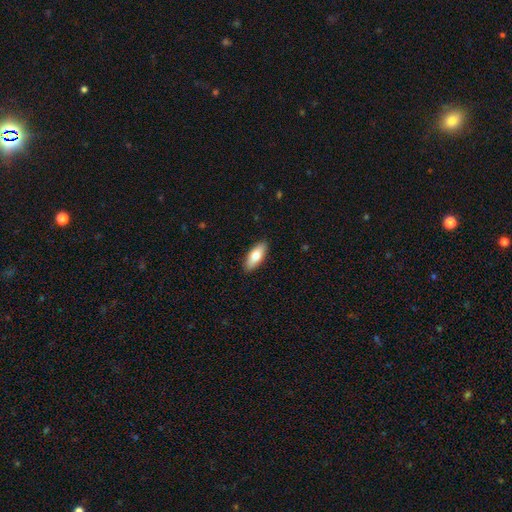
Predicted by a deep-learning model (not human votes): Q: Smooth or featured?
A: smooth (77%); runner-up: featured or disk (17%)
Q: How rounded?
A: in between (76%); runner-up: cigar-shaped (21%)
Q: Merging?
A: none (89%); runner-up: minor disturbance (8%)